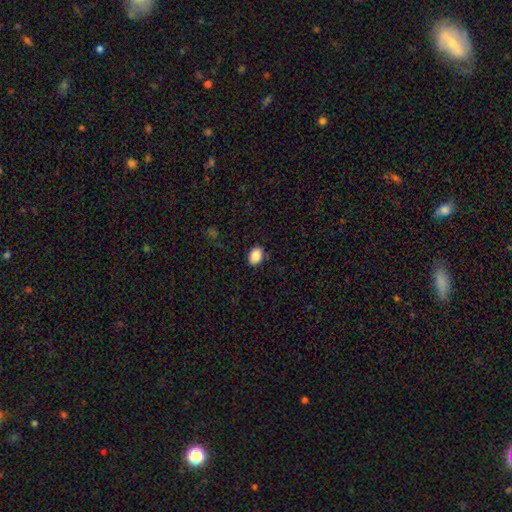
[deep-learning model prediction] Smooth or featured? smooth (88%)
How rounded? in between (72%)
Merging? none (86%)